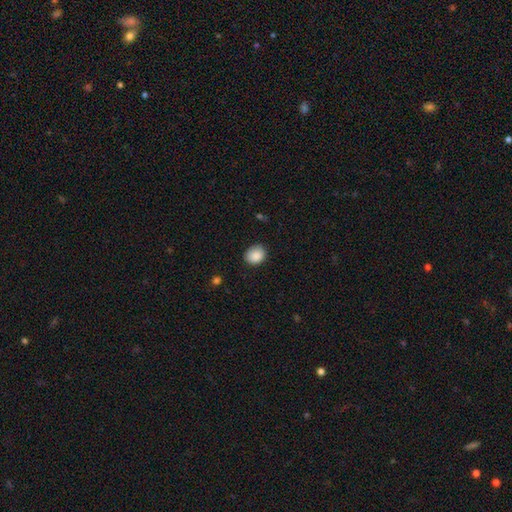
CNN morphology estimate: Smooth or featured? smooth (88%)
How rounded? round (58%)
Merging? none (79%)